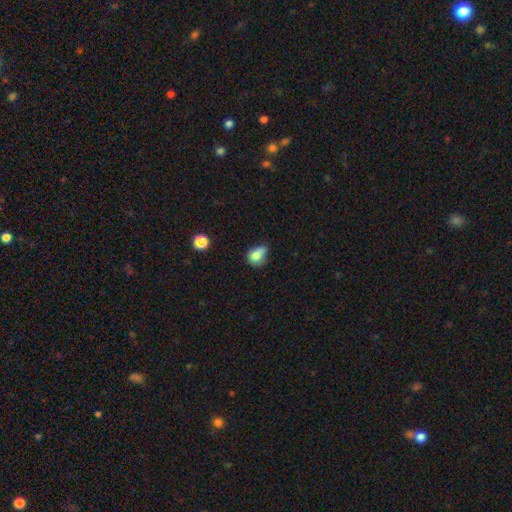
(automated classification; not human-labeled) Smooth or featured? smooth (78%)
How rounded? in between (51%)
Merging? minor disturbance (43%)